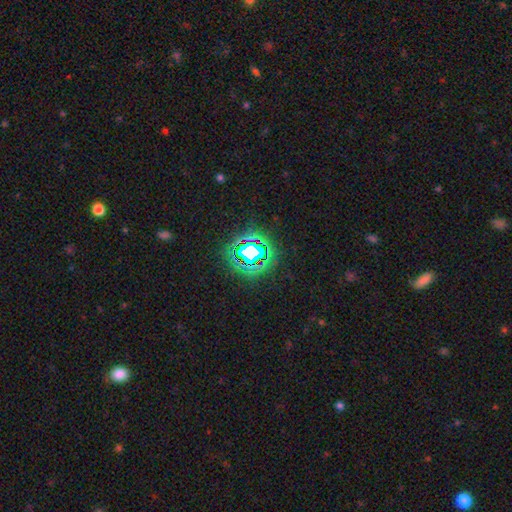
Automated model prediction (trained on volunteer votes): Smooth or featured: star or artifact — 73% (smooth — 17%)